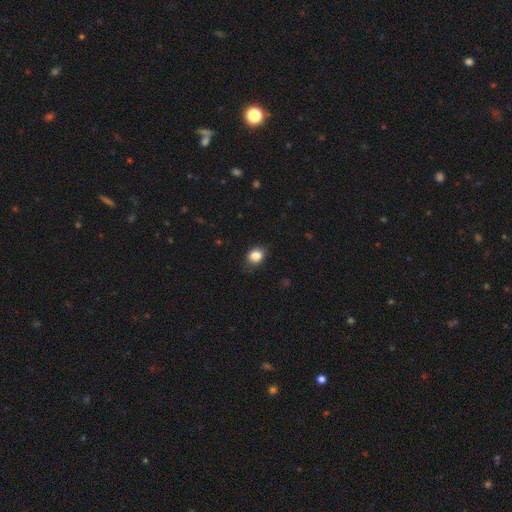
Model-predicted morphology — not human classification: smooth-or-featured: smooth: 86% | star or artifact: 9% | featured or disk: 5%
  how-rounded: in between: 53% | round: 46% | cigar-shaped: 1%
  merging: none: 77% | minor disturbance: 18% | major disturbance: 4% | merger: 1%